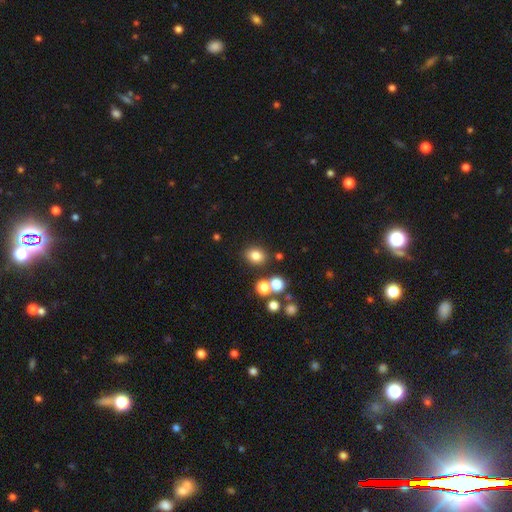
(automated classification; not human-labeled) smooth 80%, star or artifact 13%, featured or disk 7%. Down the decision tree: how rounded — round (53%); merging — none (81%).